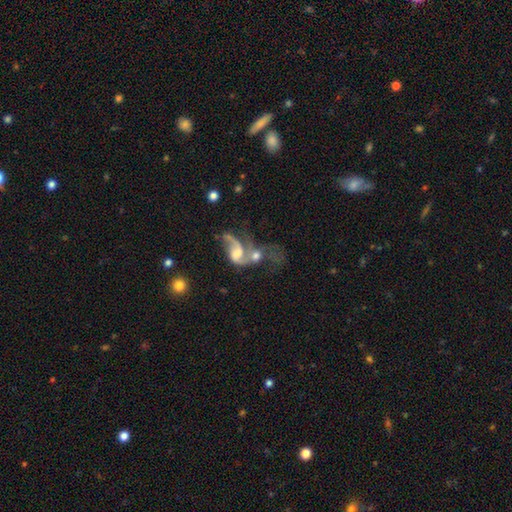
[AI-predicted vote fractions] A featured or disk galaxy (68%) with no bar (53%), 2 (66%) loose (68%) spiral arms (80%) and a moderate central bulge (47%).

Vote fractions:
- Smooth or featured? featured or disk: 68% / smooth: 24% / star or artifact: 9%
- Edge-on disk? no: 96% / yes: 4%
- Bar? no: 53% / weak: 36% / strong: 10%
- Spiral arms? yes: 80% / no: 20%
- Spiral winding? loose: 68% / medium: 25% / tight: 7%
- Spiral arm count? 2: 66% / 1: 21% / can't tell: 9% / 3: 2% / 4: 1% / more than 4: 1%
- Bulge size? moderate: 47% / small: 24% / large: 15% / none: 11% / dominant: 2%
- Merging? merger: 73% / major disturbance: 13% / none: 9% / minor disturbance: 5%